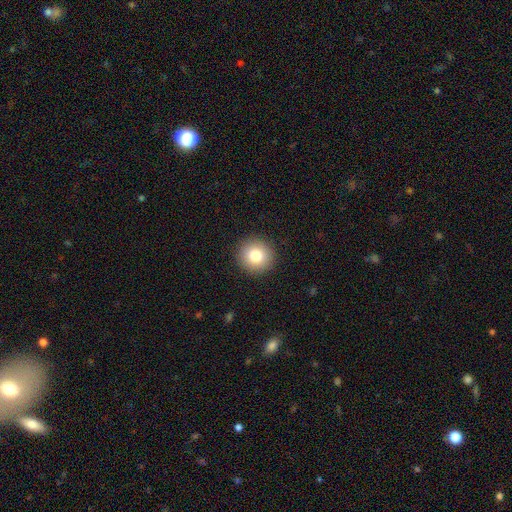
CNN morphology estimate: smooth-or-featured: smooth: 81% | star or artifact: 10% | featured or disk: 9%
  how-rounded: round: 94% | in between: 5% | cigar-shaped: 1%
  merging: none: 92% | minor disturbance: 5% | major disturbance: 2% | merger: 1%